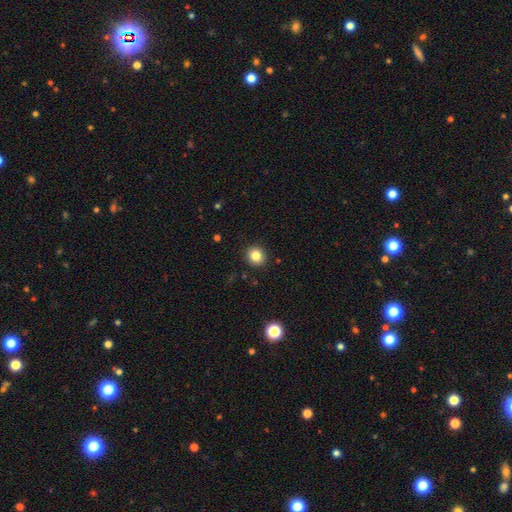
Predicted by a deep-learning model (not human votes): The model was most divided on "smooth or featured": smooth: 83%, star or artifact: 11%, featured or disk: 6%. More confident: merging — none (91%); how rounded — round (87%).